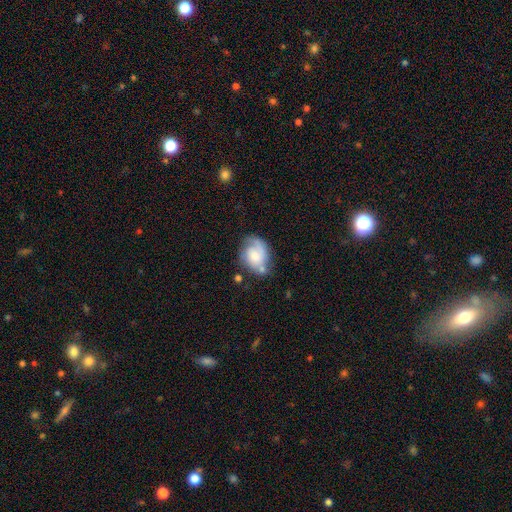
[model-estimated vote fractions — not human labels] featured or disk 57%, smooth 36%, star or artifact 7%. Down the decision tree: edge-on disk — no (97%); bar — no (67%); spiral arms — yes (84%); bulge size — moderate (44%); merging — none (52%).